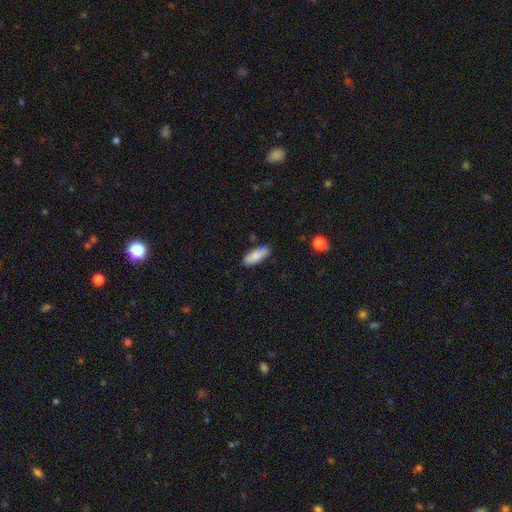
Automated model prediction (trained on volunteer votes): Smooth or featured?
  - smooth: 79% *
  - featured or disk: 15%
  - star or artifact: 6%
How rounded?
  - in between: 75% *
  - cigar-shaped: 23%
  - round: 2%
Merging?
  - none: 80% *
  - minor disturbance: 15%
  - merger: 3%
  - major disturbance: 3%